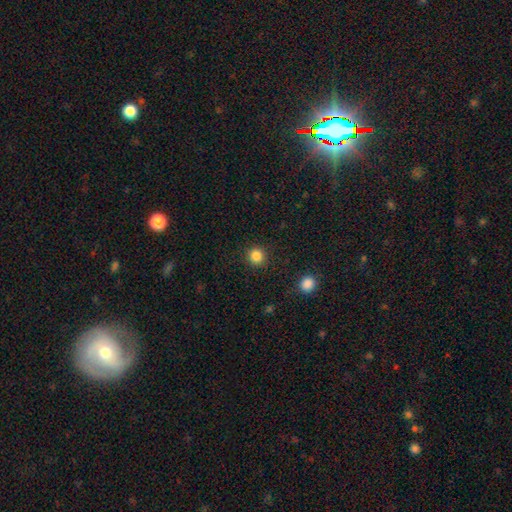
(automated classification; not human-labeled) This is clearly a smooth galaxy (85%). How rounded: clearly round (94%). Merging: clearly none (91%).